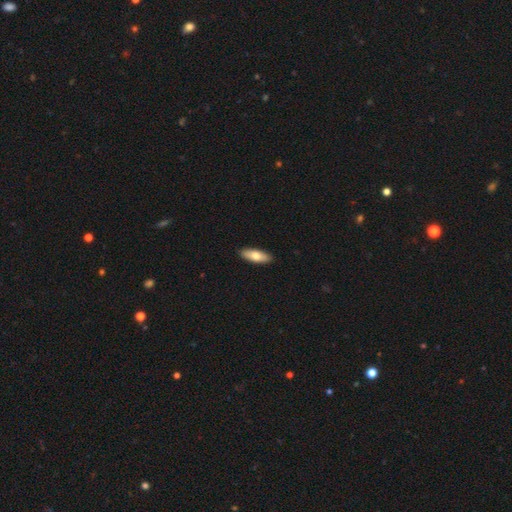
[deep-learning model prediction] smooth_or_featured: smooth (p=0.73) [alt: featured or disk p=0.21]
how_rounded: in between (p=0.62) [alt: cigar-shaped p=0.36]
merging: none (p=0.91) [alt: minor disturbance p=0.07]